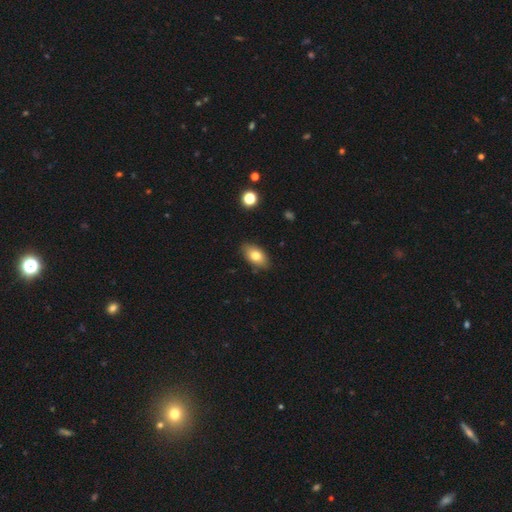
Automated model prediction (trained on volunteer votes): The model was most divided on "smooth or featured": smooth: 78%, featured or disk: 14%, star or artifact: 8%. More confident: how rounded — in between (90%); merging — none (85%).